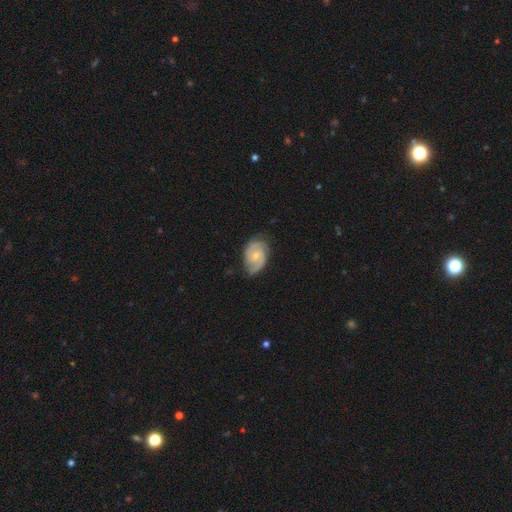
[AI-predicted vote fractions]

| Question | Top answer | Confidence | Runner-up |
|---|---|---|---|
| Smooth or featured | featured or disk | 80% | smooth (14%) |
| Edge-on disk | no | 97% | yes (3%) |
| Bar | no | 60% | weak (34%) |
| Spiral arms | yes | 95% | no (5%) |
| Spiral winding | medium | 44% | tight (43%) |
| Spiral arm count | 2 | 77% | can't tell (9%) |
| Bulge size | small | 52% | moderate (44%) |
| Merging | none | 70% | minor disturbance (23%) |